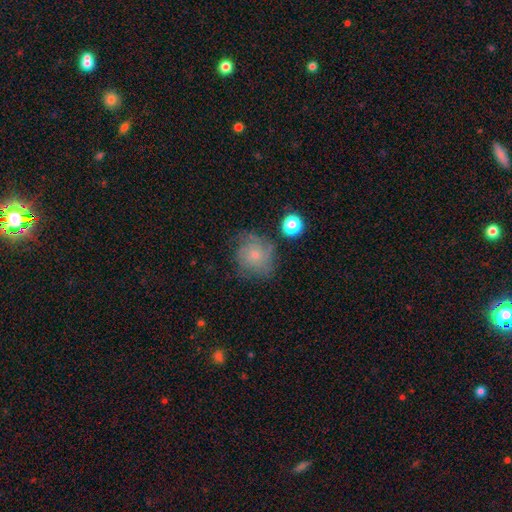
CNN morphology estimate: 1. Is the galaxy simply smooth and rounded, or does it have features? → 49% smooth, 40% featured or disk, 11% star or artifact.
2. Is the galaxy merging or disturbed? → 57% none, 26% minor disturbance, 13% major disturbance, 4% merger.